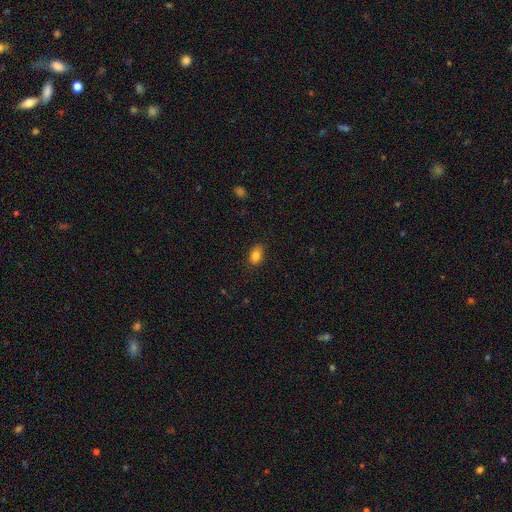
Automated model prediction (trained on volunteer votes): Morphology: type=smooth (84%); roundness=in between (80%); merging=none (82%).